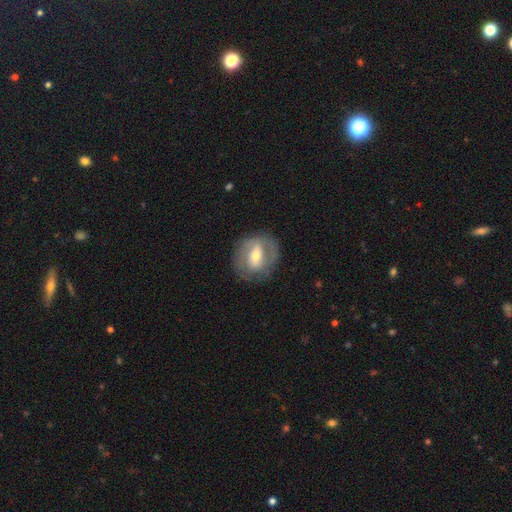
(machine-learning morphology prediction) Smooth or featured?
  - featured or disk: 71% *
  - smooth: 23%
  - star or artifact: 6%
Edge-on disk?
  - no: 95% *
  - yes: 5%
Bar?
  - weak: 42% *
  - strong: 37%
  - no: 20%
Spiral arms?
  - yes: 73% *
  - no: 27%
Bulge size?
  - moderate: 60% *
  - small: 34%
  - large: 4%
  - none: 1%
  - dominant: 1%
Merging?
  - none: 79% *
  - minor disturbance: 13%
  - major disturbance: 6%
  - merger: 1%